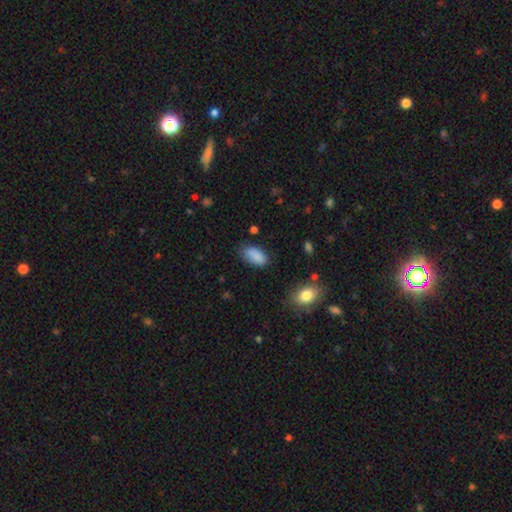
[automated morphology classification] Q: Smooth or featured?
A: smooth (87%); runner-up: star or artifact (8%)
Q: How rounded?
A: in between (93%); runner-up: cigar-shaped (4%)
Q: Merging?
A: none (72%); runner-up: minor disturbance (21%)